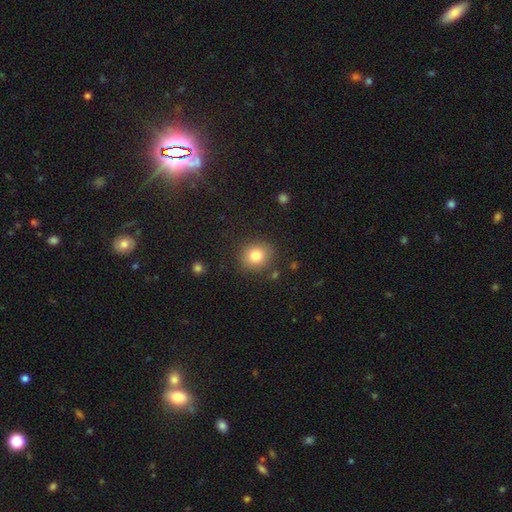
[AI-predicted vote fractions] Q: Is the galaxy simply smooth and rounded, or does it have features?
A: smooth — 81%.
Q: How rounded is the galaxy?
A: round — 79%.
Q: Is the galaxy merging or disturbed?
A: none — 86%.